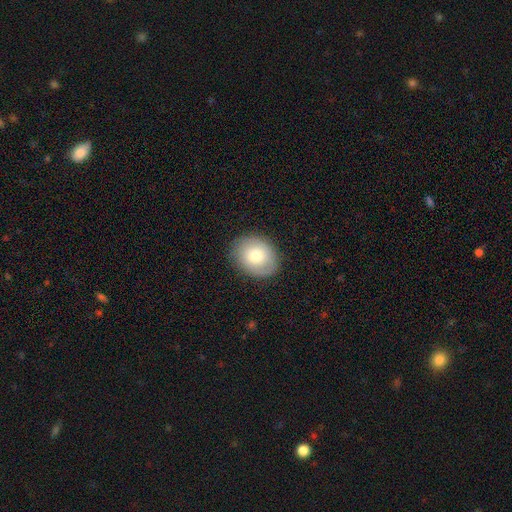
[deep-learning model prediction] Smooth or featured?
  - smooth: 70% *
  - featured or disk: 21%
  - star or artifact: 8%
How rounded?
  - round: 55% *
  - in between: 44%
  - cigar-shaped: 1%
Merging?
  - none: 84% *
  - minor disturbance: 12%
  - major disturbance: 3%
  - merger: 1%